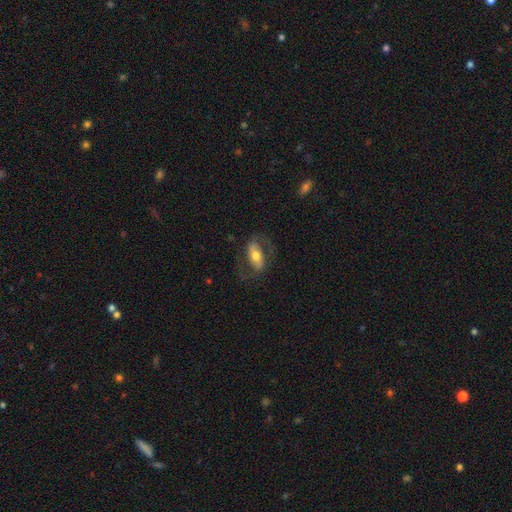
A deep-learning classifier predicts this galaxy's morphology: Smooth or featured? Predicted: featured or disk (p=0.63). Edge-on disk? Predicted: no (p=0.91). Bar? Predicted: strong (p=0.45). Spiral arms? Predicted: yes (p=0.75). Bulge size? Predicted: moderate (p=0.64). Merging? Predicted: none (p=0.68).